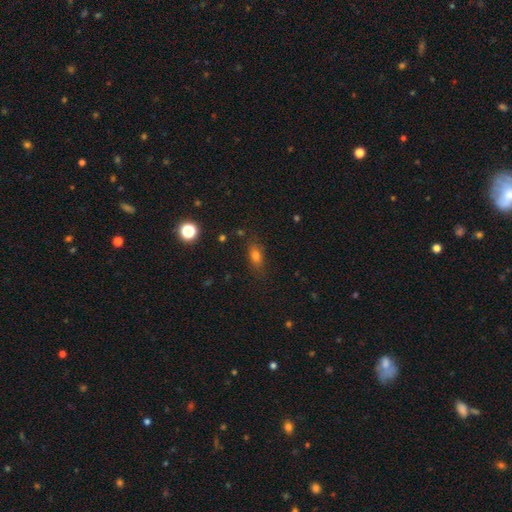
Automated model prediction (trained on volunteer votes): A smooth galaxy with no disk features (72%) that is in between round and cigar-shaped (71%). Merging: none (79%).